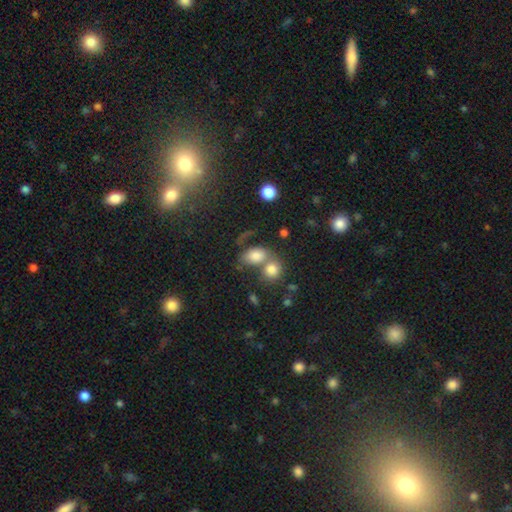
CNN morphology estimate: Smooth or featured: smooth — 76% (featured or disk — 13%)
How rounded: in between — 75% (round — 23%)
Merging: merger — 52% (none — 27%)